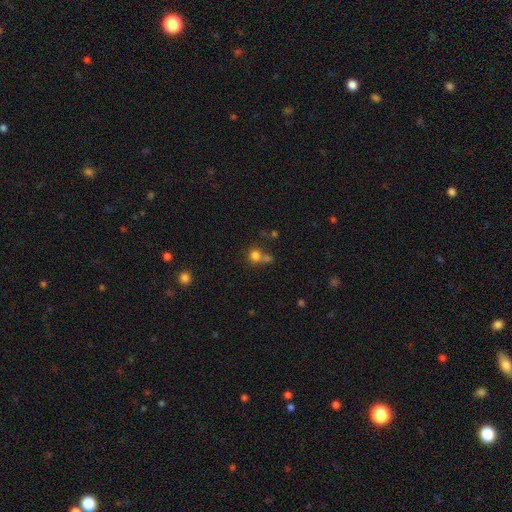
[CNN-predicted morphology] Smooth or featured: smooth — 78% (star or artifact — 14%)
How rounded: round — 86% (in between — 13%)
Merging: none — 49% (merger — 36%)